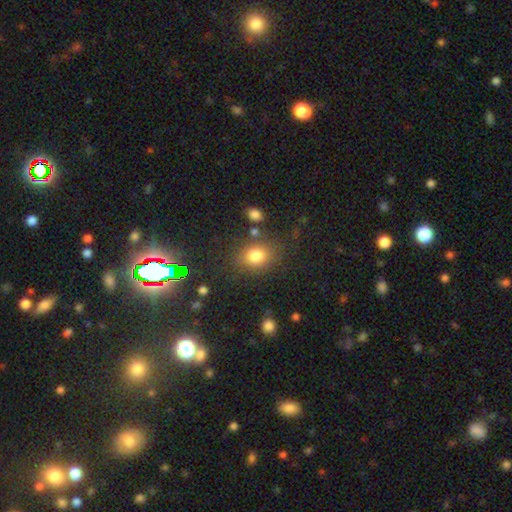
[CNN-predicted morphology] smooth-or-featured: smooth: 79% | star or artifact: 13% | featured or disk: 8%
  how-rounded: round: 52% | in between: 47% | cigar-shaped: 1%
  merging: none: 77% | minor disturbance: 13% | merger: 6% | major disturbance: 5%